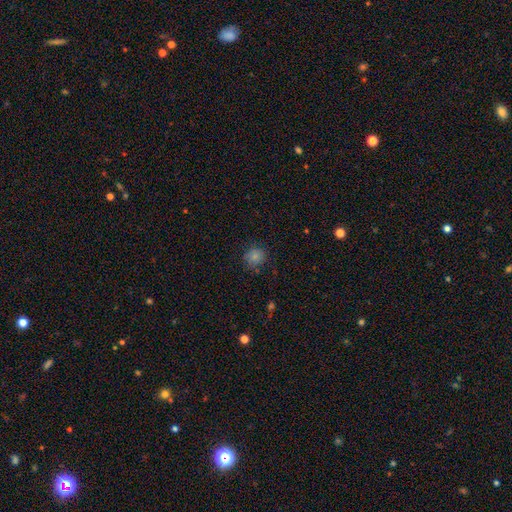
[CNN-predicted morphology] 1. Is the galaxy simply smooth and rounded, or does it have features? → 82% smooth, 12% star or artifact, 6% featured or disk.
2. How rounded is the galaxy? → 86% round, 13% in between, 1% cigar-shaped.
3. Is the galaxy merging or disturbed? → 82% none, 13% minor disturbance, 3% major disturbance, 2% merger.